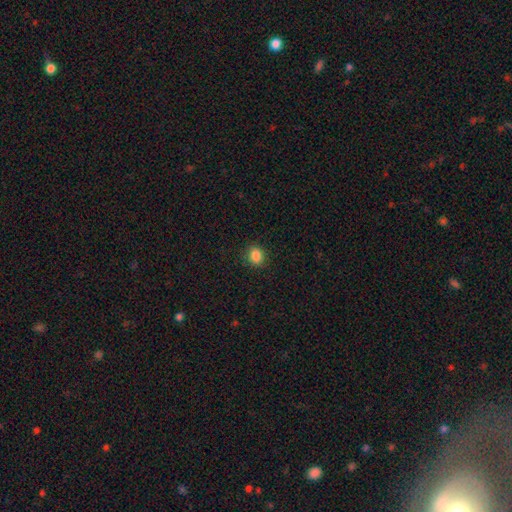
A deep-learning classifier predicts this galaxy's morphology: Q: Smooth or featured?
A: smooth (86%); runner-up: star or artifact (11%)
Q: How rounded?
A: round (65%); runner-up: in between (34%)
Q: Merging?
A: none (89%); runner-up: minor disturbance (7%)